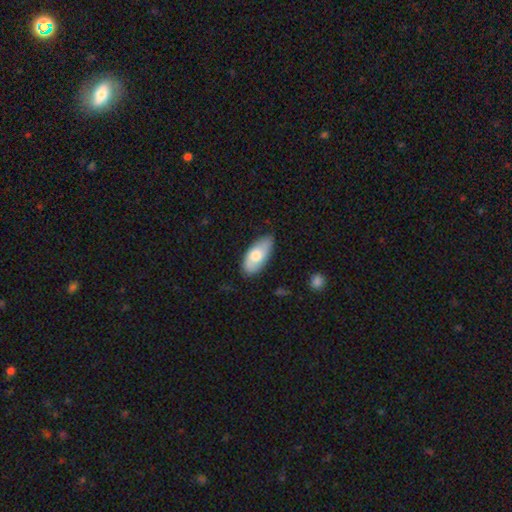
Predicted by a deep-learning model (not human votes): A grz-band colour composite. It shows a smooth galaxy with no disk features (71%) that is in between round and cigar-shaped (89%). Merging: none (74%).